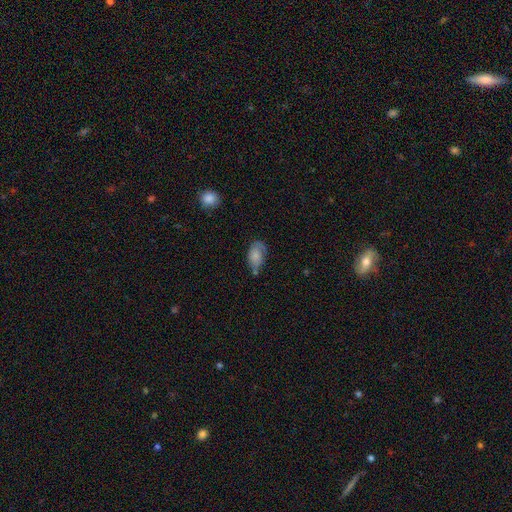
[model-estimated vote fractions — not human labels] smooth 70%, featured or disk 22%, star or artifact 8%. Down the decision tree: how rounded — in between (91%); merging — none (48%).